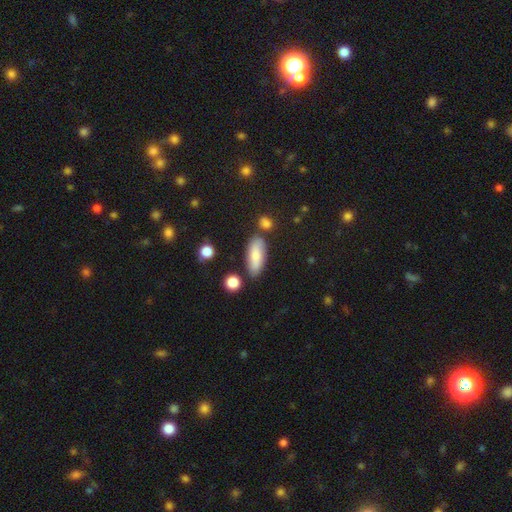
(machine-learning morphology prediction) This appears to be a smooth galaxy with no disk features (76%) that is in between round and cigar-shaped (74%). Merging: none (76%).